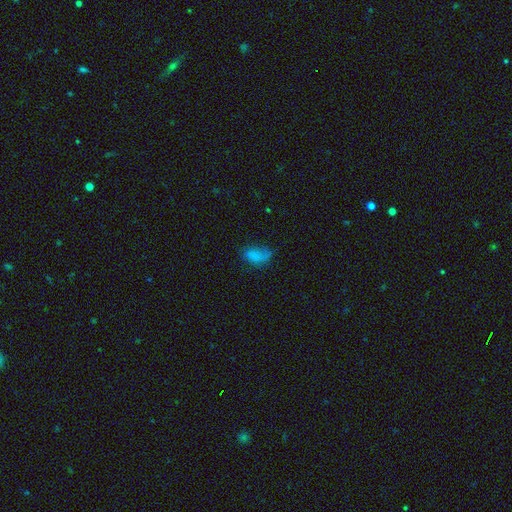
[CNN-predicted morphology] This is likely a smooth galaxy (74%). How rounded: clearly in between (90%). Merging: marginally none (44%).